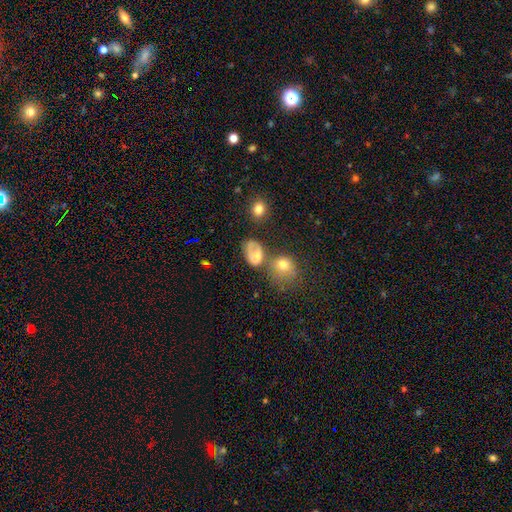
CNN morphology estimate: A smooth galaxy with no disk features (64%) that is in between round and cigar-shaped (66%). Merging: none (37%).